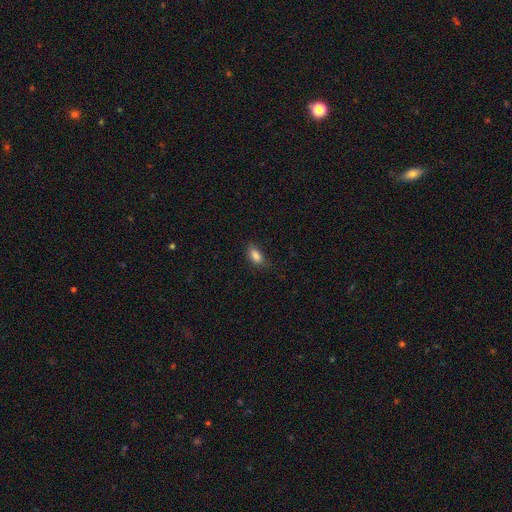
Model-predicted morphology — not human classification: smooth_or_featured: smooth (p=0.85) [alt: star or artifact p=0.09]
how_rounded: in between (p=0.88) [alt: round p=0.06]
merging: none (p=0.73) [alt: minor disturbance p=0.21]